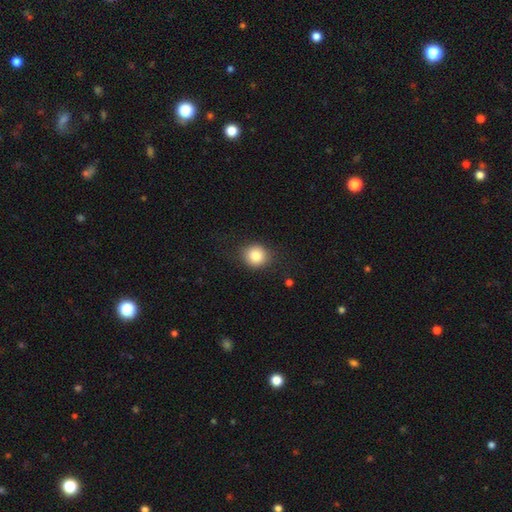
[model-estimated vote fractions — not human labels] smooth 82%, star or artifact 10%, featured or disk 8%. Down the decision tree: how rounded — round (86%); merging — none (85%).